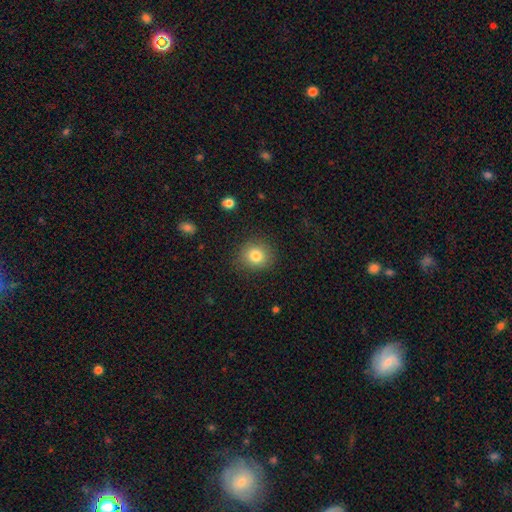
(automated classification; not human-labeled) Smooth or featured? Predicted: smooth (p=0.81). How rounded? Predicted: round (p=0.82). Merging? Predicted: none (p=0.87).